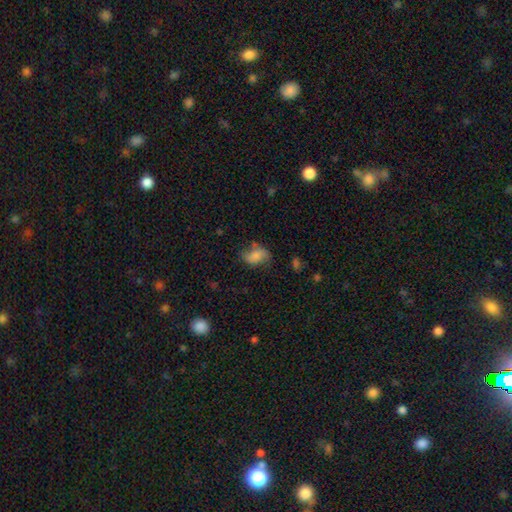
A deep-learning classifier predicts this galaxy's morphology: A smooth galaxy with no disk features (61%) that is in between round and cigar-shaped (81%).

Vote fractions:
- Smooth or featured? smooth: 61% / featured or disk: 30% / star or artifact: 10%
- How rounded? in between: 81% / round: 17% / cigar-shaped: 2%
- Merging? none: 51% / minor disturbance: 29% / major disturbance: 16% / merger: 4%